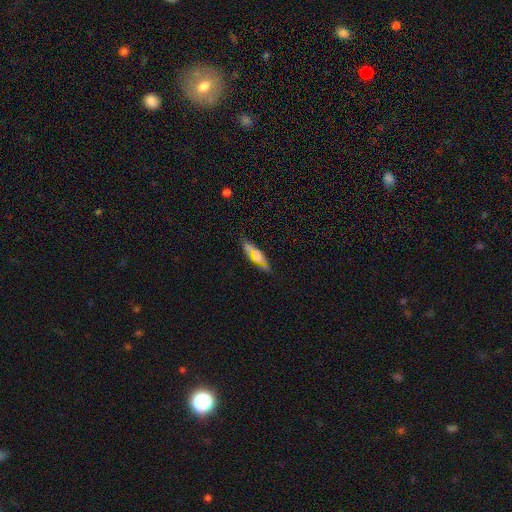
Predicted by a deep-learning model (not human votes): smooth 45%, featured or disk 43%, star or artifact 12%. Down the decision tree: merging — none (76%).